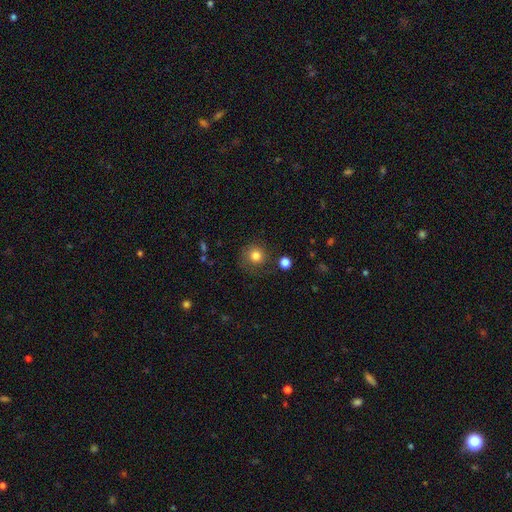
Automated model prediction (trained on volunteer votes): A smooth galaxy with no disk features (80%) that is round (90%).

Vote fractions:
- Smooth or featured? smooth: 80% / star or artifact: 11% / featured or disk: 9%
- How rounded? round: 90% / in between: 9% / cigar-shaped: 1%
- Merging? none: 74% / minor disturbance: 16% / major disturbance: 7% / merger: 3%